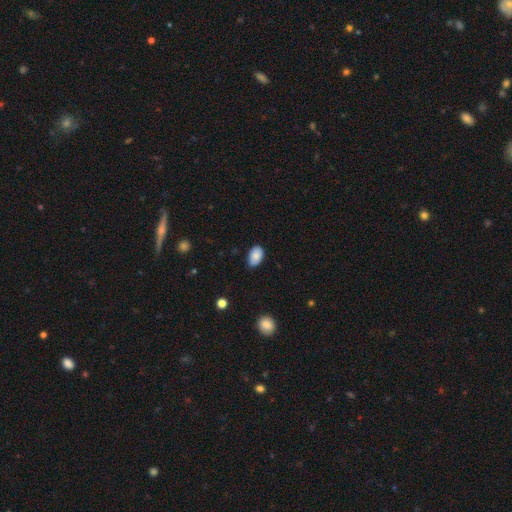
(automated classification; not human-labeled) Morphology: type=smooth (87%); roundness=in between (92%); merging=none (78%).